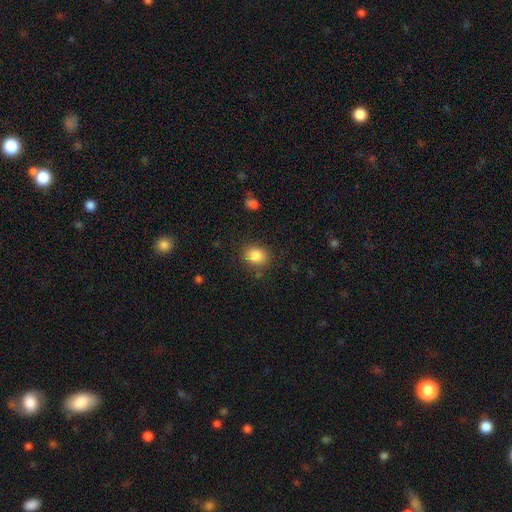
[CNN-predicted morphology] Smooth or featured: smooth — 86% (star or artifact — 9%)
How rounded: round — 55% (in between — 44%)
Merging: none — 83% (minor disturbance — 11%)